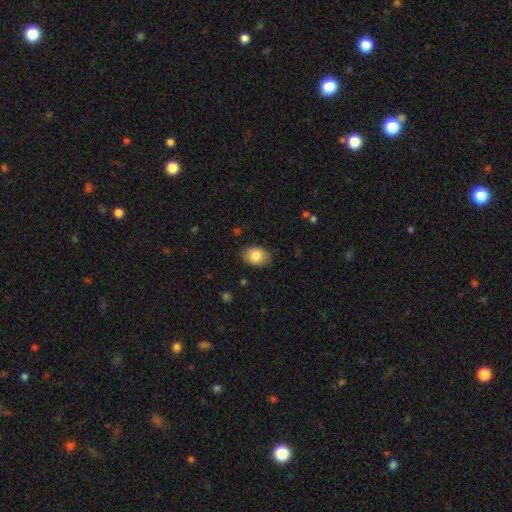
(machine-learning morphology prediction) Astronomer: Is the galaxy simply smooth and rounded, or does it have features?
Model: smooth — 86%.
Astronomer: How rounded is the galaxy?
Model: in between — 76%.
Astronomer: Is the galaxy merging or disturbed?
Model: none — 84%.